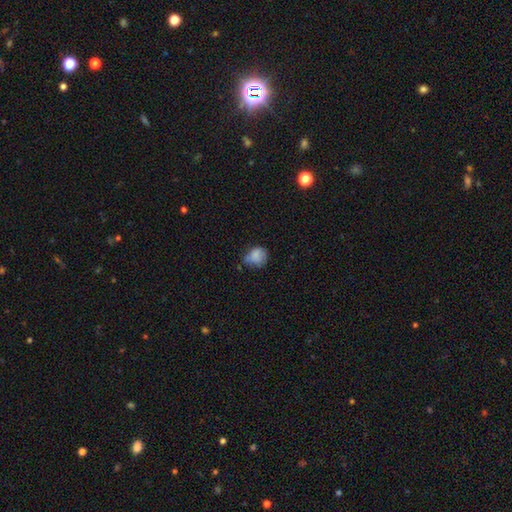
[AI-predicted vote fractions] Q: Smooth or featured?
A: smooth (77%); runner-up: featured or disk (12%)
Q: How rounded?
A: round (61%); runner-up: in between (38%)
Q: Merging?
A: none (45%); runner-up: minor disturbance (38%)